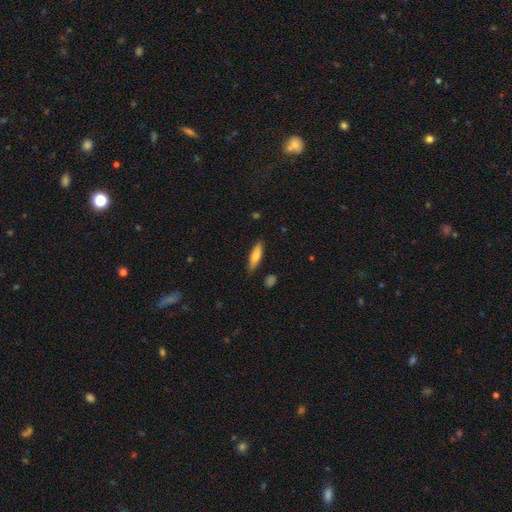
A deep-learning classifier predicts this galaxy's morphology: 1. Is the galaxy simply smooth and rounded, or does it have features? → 74% smooth, 19% featured or disk, 6% star or artifact.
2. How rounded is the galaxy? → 69% cigar-shaped, 30% in between, 2% round.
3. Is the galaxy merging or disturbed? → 85% none, 11% minor disturbance, 2% major disturbance, 2% merger.